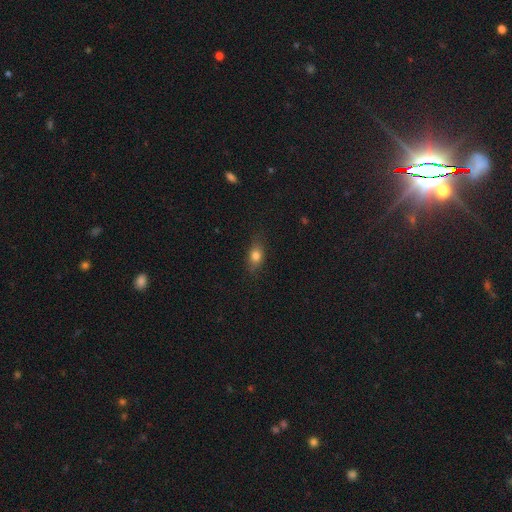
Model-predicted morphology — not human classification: smooth-or-featured: smooth: 78% | featured or disk: 11% | star or artifact: 10%
  how-rounded: in between: 73% | round: 20% | cigar-shaped: 7%
  merging: none: 78% | minor disturbance: 17% | major disturbance: 4% | merger: 1%